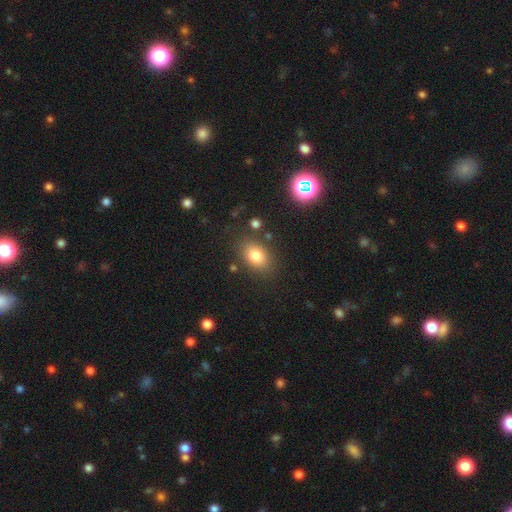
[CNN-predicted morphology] Smooth or featured? smooth (80%)
How rounded? in between (78%)
Merging? none (81%)